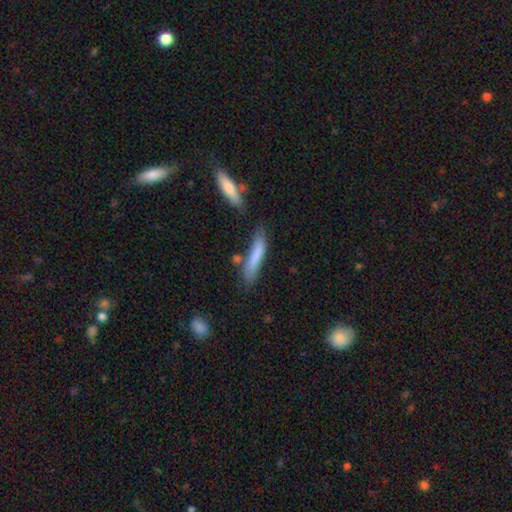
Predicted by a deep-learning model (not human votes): Overall: smooth (77%). How rounded: cigar-shaped (87%). Merging: none (63%).